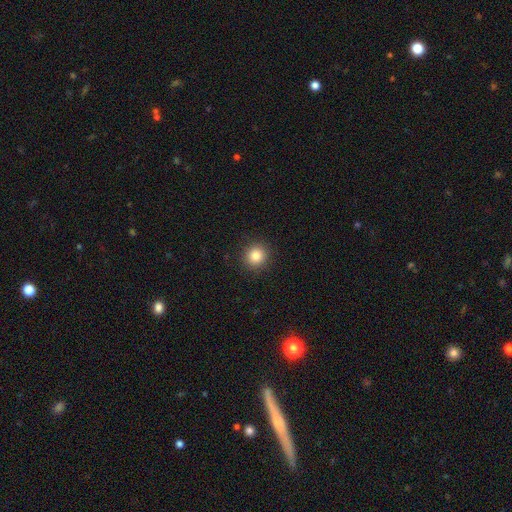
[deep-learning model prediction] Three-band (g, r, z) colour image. It shows a smooth galaxy with no disk features (84%) that is round (93%). Merging: none (92%).